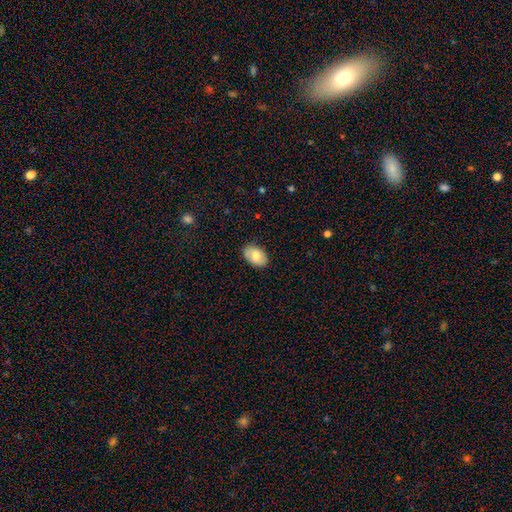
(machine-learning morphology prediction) smooth_or_featured: smooth (p=0.77) [alt: featured or disk p=0.16]
how_rounded: in between (p=0.88) [alt: round p=0.11]
merging: none (p=0.84) [alt: minor disturbance p=0.12]